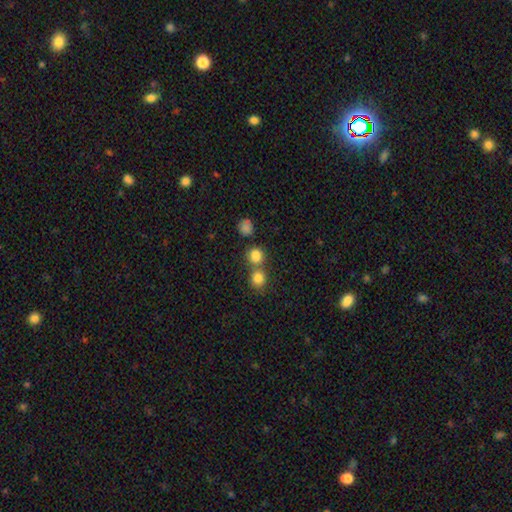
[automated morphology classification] A smooth galaxy with no disk features (81%) that is round (85%).

Vote fractions:
- Smooth or featured? smooth: 81% / star or artifact: 13% / featured or disk: 6%
- How rounded? round: 85% / in between: 14% / cigar-shaped: 1%
- Merging? none: 56% / merger: 35% / minor disturbance: 6% / major disturbance: 3%